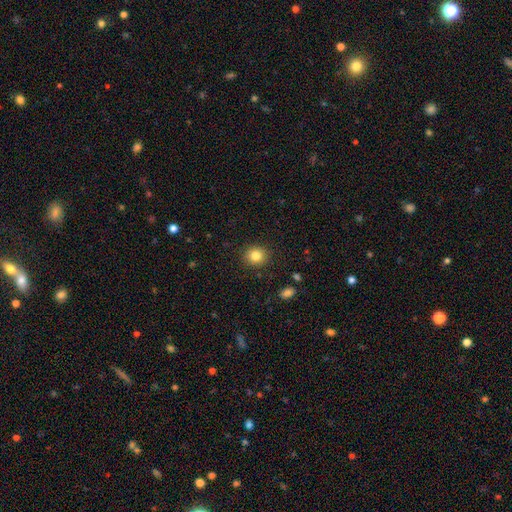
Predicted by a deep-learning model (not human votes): Smooth or featured? smooth (83%)
How rounded? round (82%)
Merging? none (90%)